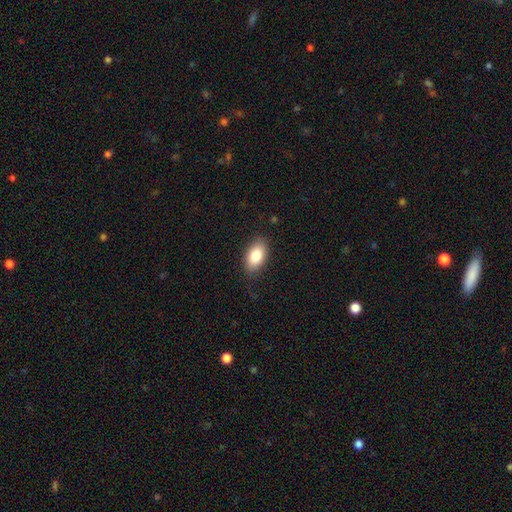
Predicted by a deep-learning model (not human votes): Smooth or featured? smooth (84%)
How rounded? in between (93%)
Merging? none (84%)